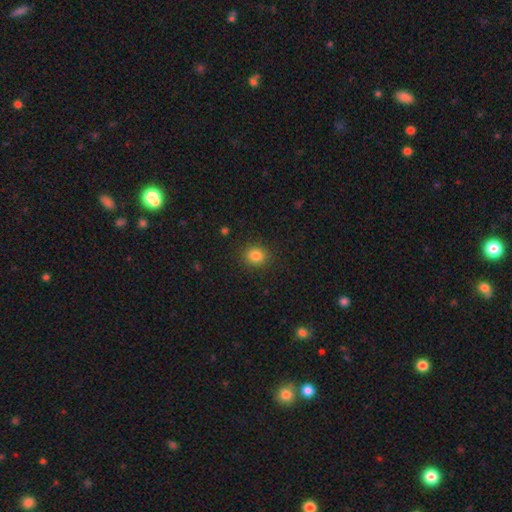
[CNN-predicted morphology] smooth_or_featured: smooth (p=0.83) [alt: star or artifact p=0.12]
how_rounded: round (p=0.79) [alt: in between p=0.20]
merging: none (p=0.89) [alt: minor disturbance p=0.07]